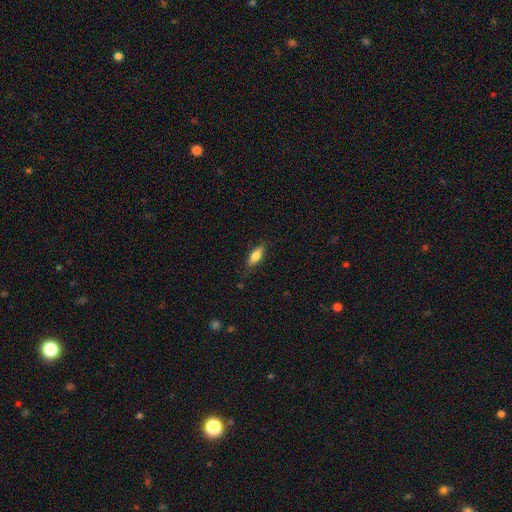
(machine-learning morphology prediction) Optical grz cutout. It shows a smooth galaxy with no disk features (72%) that is in between round and cigar-shaped (68%). Merging: none (83%).